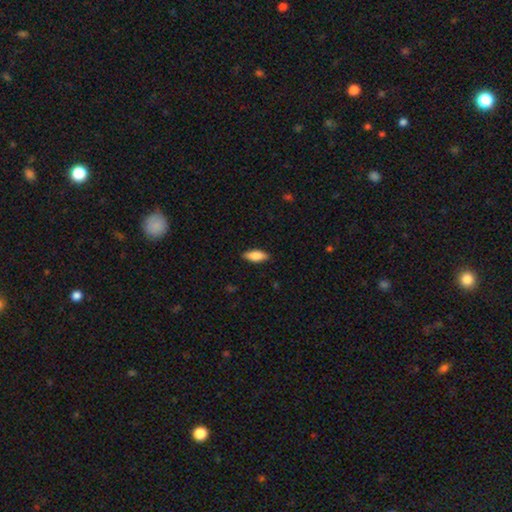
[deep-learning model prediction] Smooth or featured?
  - smooth: 85% *
  - featured or disk: 9%
  - star or artifact: 6%
How rounded?
  - in between: 80% *
  - cigar-shaped: 18%
  - round: 2%
Merging?
  - none: 87% *
  - minor disturbance: 10%
  - major disturbance: 2%
  - merger: 1%